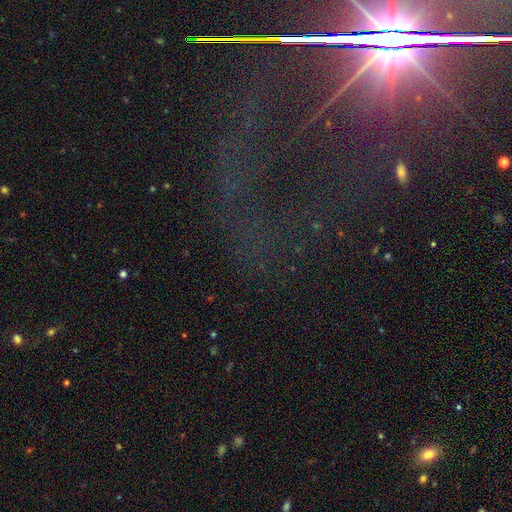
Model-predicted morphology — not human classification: This is likely a star or artifact rather than a galaxy (71%).